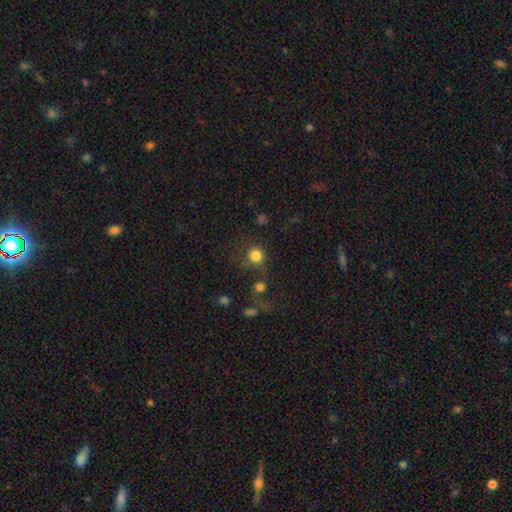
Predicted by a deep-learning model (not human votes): Smooth or featured? smooth (81%)
How rounded? round (91%)
Merging? none (60%)